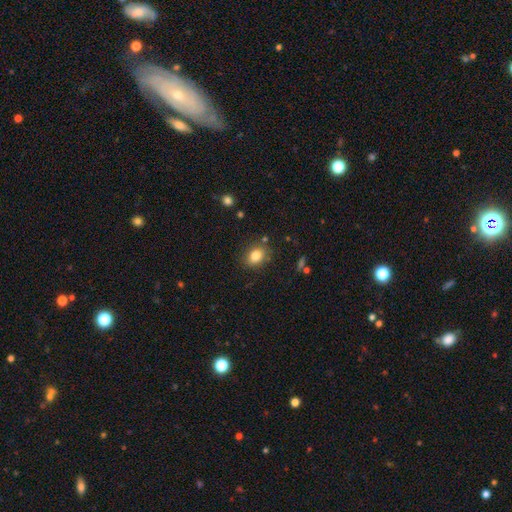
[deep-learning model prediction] Q: Smooth or featured?
A: smooth (82%); runner-up: star or artifact (10%)
Q: How rounded?
A: in between (59%); runner-up: round (40%)
Q: Merging?
A: none (82%); runner-up: minor disturbance (12%)